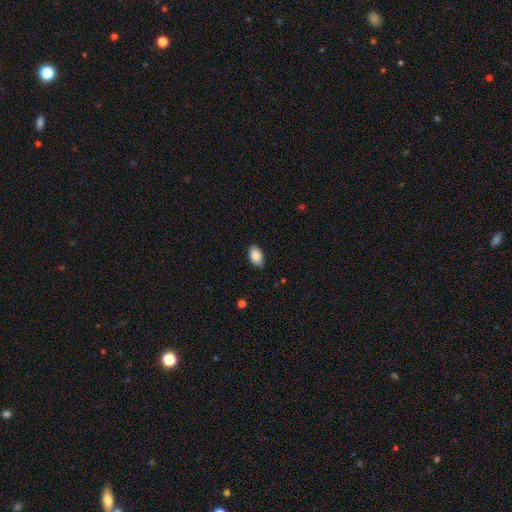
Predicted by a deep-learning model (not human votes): Smooth or featured?
  - smooth: 87% *
  - star or artifact: 7%
  - featured or disk: 6%
How rounded?
  - in between: 94% *
  - round: 5%
  - cigar-shaped: 2%
Merging?
  - none: 87% *
  - minor disturbance: 11%
  - major disturbance: 2%
  - merger: 1%